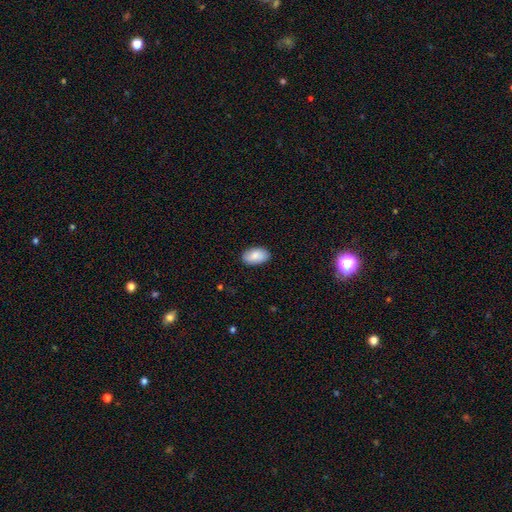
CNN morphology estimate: This is clearly a smooth galaxy (86%). How rounded: clearly in between (94%). Merging: clearly none (88%).